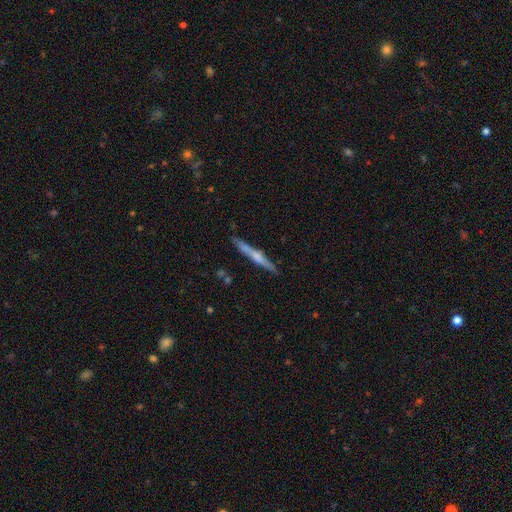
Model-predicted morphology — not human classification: A featured or disk galaxy (62%) viewed edge-on (97%) with a rounded central bulge (60%). Merging: none (86%).